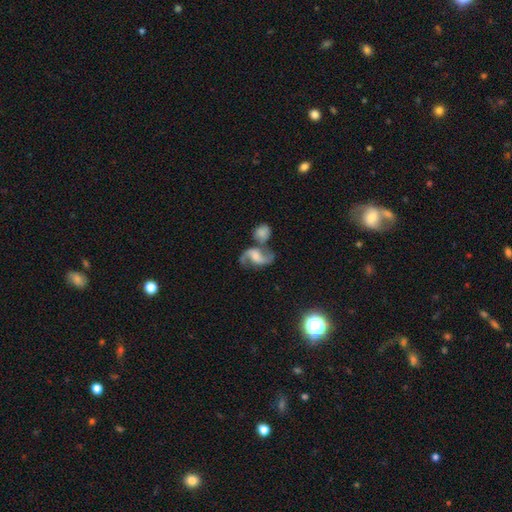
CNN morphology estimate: smooth-or-featured: featured or disk: 82% | smooth: 10% | star or artifact: 8%
  disk-edge-on: no: 97% | yes: 3%
    bar: weak: 44% | no: 39% | strong: 16%
    has-spiral-arms: yes: 95% | no: 5%
      spiral-winding: loose: 63% | medium: 31% | tight: 6%
      spiral-arm-count: 2: 91% | 1: 3% | can't tell: 3% | 3: 1% | 4: 1% | more than 4: 1%
    bulge-size: moderate: 43% | small: 29% | none: 14% | large: 11% | dominant: 2%
  merging: none: 42% | merger: 35% | minor disturbance: 13% | major disturbance: 10%